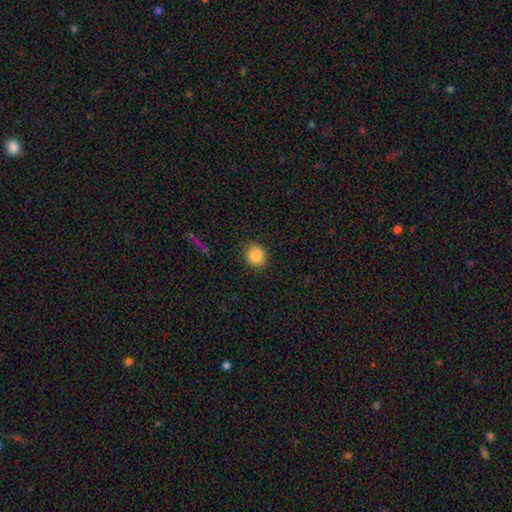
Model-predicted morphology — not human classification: This appears to be a smooth galaxy with no disk features (86%) that is round (70%). Merging: none (86%).